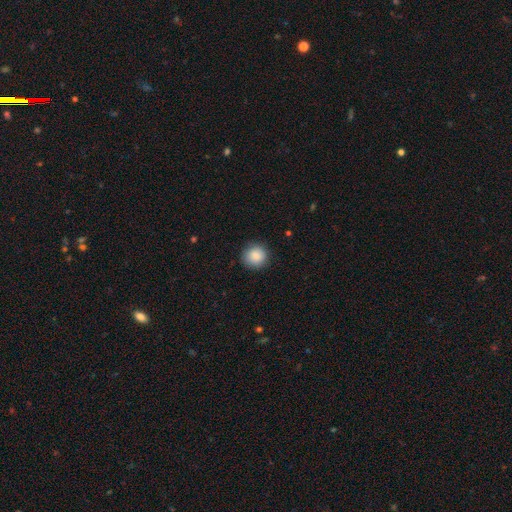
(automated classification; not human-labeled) Overall: smooth (87%). How rounded: round (93%). Merging: none (89%).